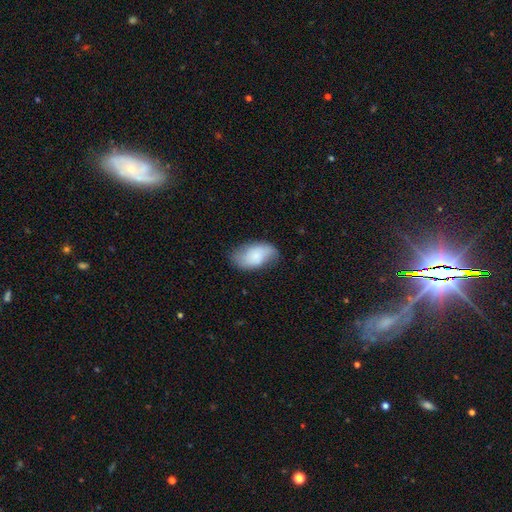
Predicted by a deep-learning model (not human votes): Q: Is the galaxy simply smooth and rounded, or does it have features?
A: smooth — 69%.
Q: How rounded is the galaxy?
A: in between — 94%.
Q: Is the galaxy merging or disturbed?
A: none — 65%.